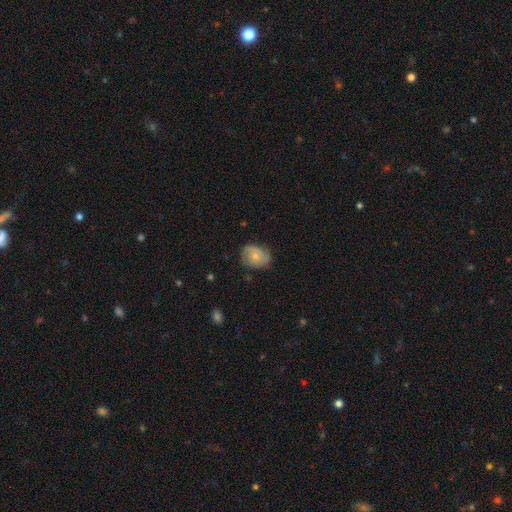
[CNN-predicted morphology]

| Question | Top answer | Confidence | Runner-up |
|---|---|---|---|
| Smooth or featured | featured or disk | 47% | smooth (46%) |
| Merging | none | 67% | minor disturbance (25%) |